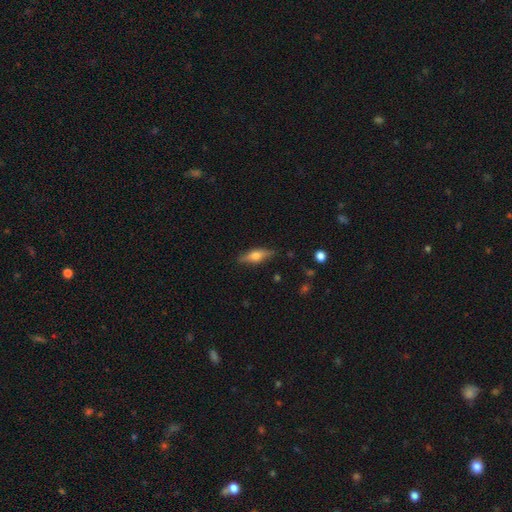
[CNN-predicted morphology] type=featured or disk (47%); merging=none (84%).